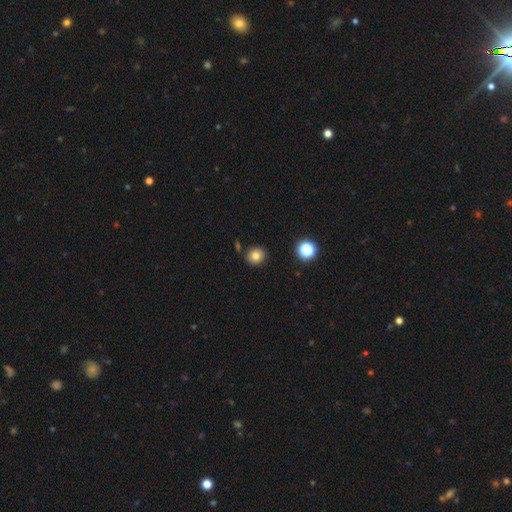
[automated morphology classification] This is likely a smooth galaxy (77%). How rounded: clearly round (87%). Merging: clearly none (86%).